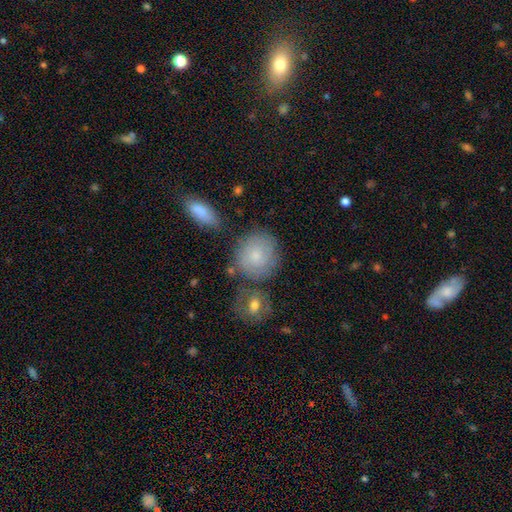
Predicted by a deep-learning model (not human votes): Overall: smooth (67%). How rounded: round (84%). Merging: none (69%).